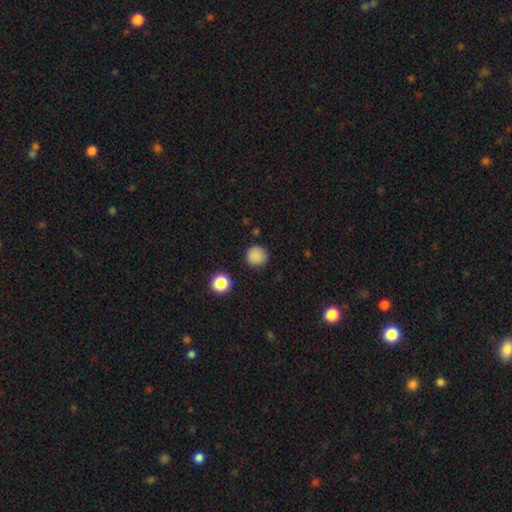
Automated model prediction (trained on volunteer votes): Smooth or featured? Predicted: smooth (p=0.85). How rounded? Predicted: round (p=0.95). Merging? Predicted: none (p=0.88).